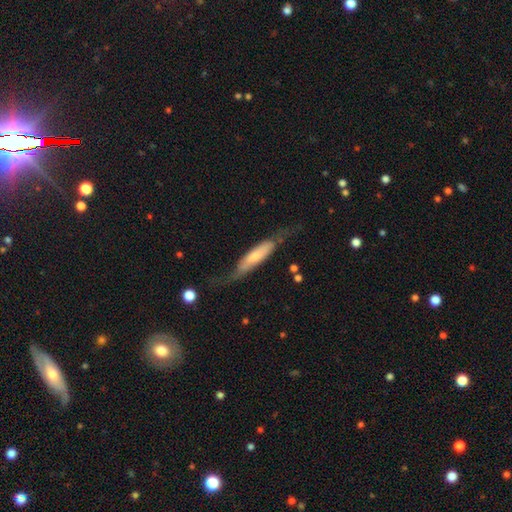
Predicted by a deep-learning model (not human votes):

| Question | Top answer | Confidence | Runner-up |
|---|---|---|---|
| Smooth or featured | featured or disk | 48% | smooth (46%) |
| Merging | none | 53% | minor disturbance (25%) |